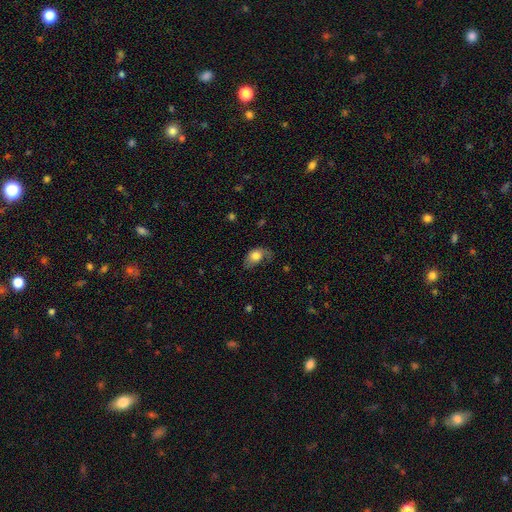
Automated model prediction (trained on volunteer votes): Morphology: type=smooth (72%); roundness=in between (80%); merging=minor disturbance (34%).